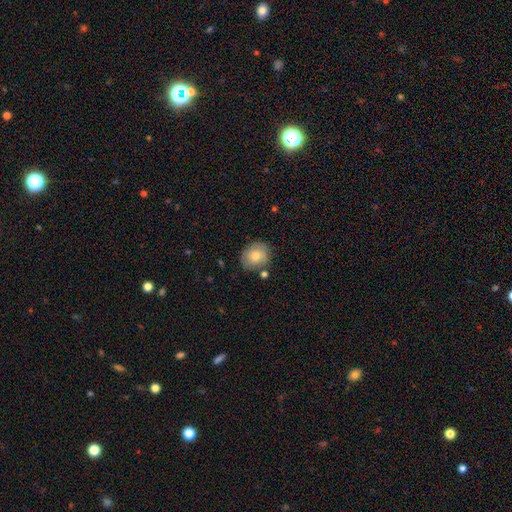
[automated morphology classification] A smooth galaxy with no disk features (72%) that is round (69%). Merging: none (75%).